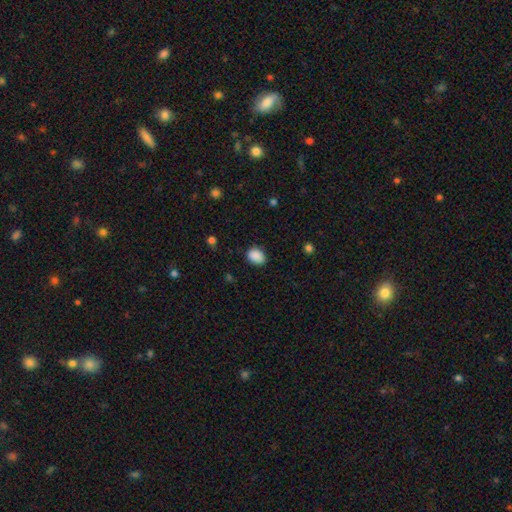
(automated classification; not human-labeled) Smooth or featured? smooth (88%)
How rounded? in between (63%)
Merging? none (80%)